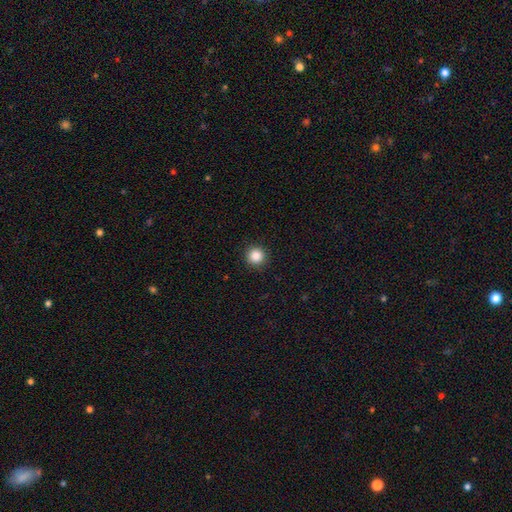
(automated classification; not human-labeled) Morphology: type=smooth (86%); roundness=round (95%); merging=none (92%).